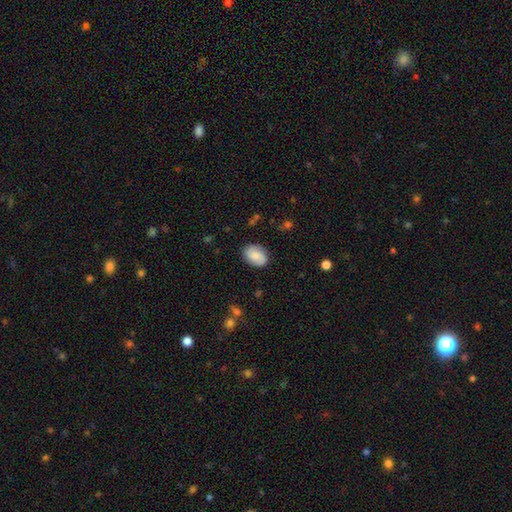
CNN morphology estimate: type=smooth (64%); roundness=in between (79%); merging=none (83%).